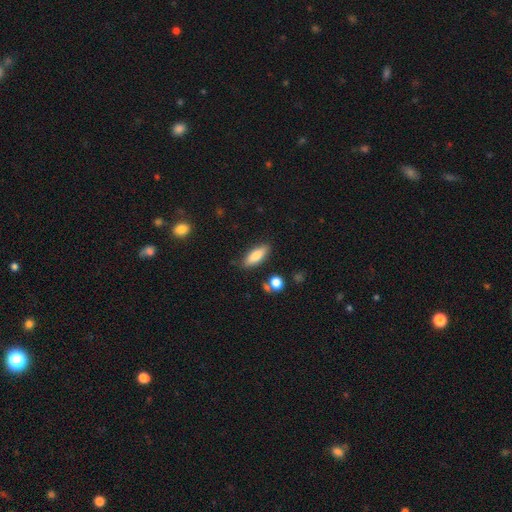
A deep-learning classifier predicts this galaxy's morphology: Q: Smooth or featured?
A: smooth (77%); runner-up: featured or disk (16%)
Q: How rounded?
A: in between (64%); runner-up: cigar-shaped (33%)
Q: Merging?
A: none (83%); runner-up: minor disturbance (11%)